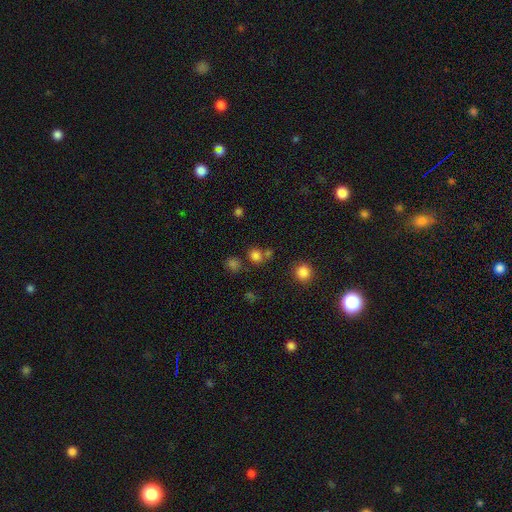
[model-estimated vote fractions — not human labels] This appears to be a smooth galaxy with no disk features (75%) that is round (82%). Merging: none (66%).